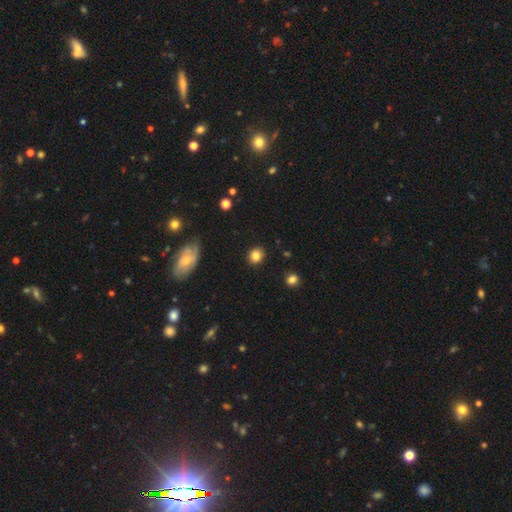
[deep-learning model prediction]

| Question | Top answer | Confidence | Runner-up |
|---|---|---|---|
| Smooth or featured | smooth | 83% | star or artifact (10%) |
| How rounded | round | 78% | in between (21%) |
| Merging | none | 89% | minor disturbance (8%) |